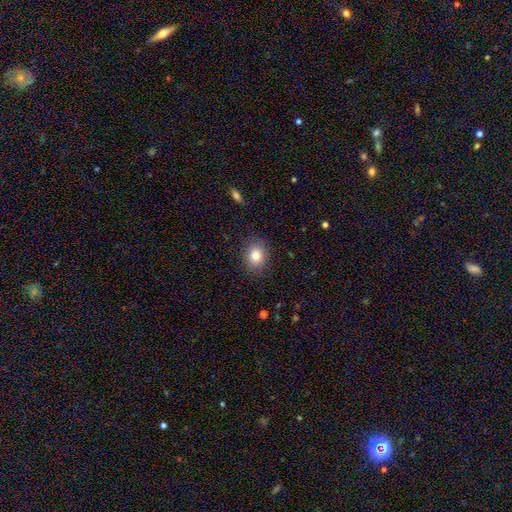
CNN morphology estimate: Overall: smooth (81%). How rounded: round (60%; in between 39%). Merging: none (87%).